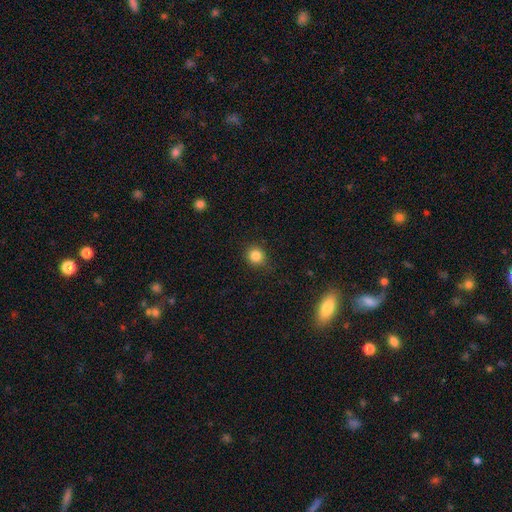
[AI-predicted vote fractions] Smooth or featured? smooth (84%)
How rounded? round (88%)
Merging? none (88%)